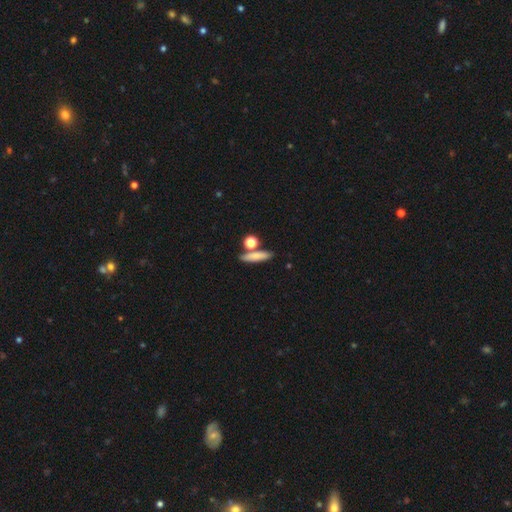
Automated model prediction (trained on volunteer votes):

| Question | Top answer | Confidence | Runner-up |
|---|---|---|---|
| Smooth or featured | smooth | 76% | featured or disk (15%) |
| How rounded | cigar-shaped | 63% | in between (25%) |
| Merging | none | 72% | merger (14%) |